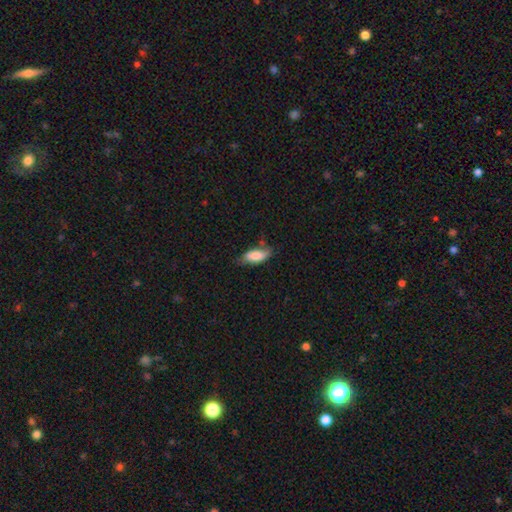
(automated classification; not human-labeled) A smooth galaxy with no disk features (79%) that is in between round and cigar-shaped (80%).

Vote fractions:
- Smooth or featured? smooth: 79% / featured or disk: 14% / star or artifact: 7%
- How rounded? in between: 80% / cigar-shaped: 17% / round: 2%
- Merging? none: 52% / minor disturbance: 34% / major disturbance: 10% / merger: 4%